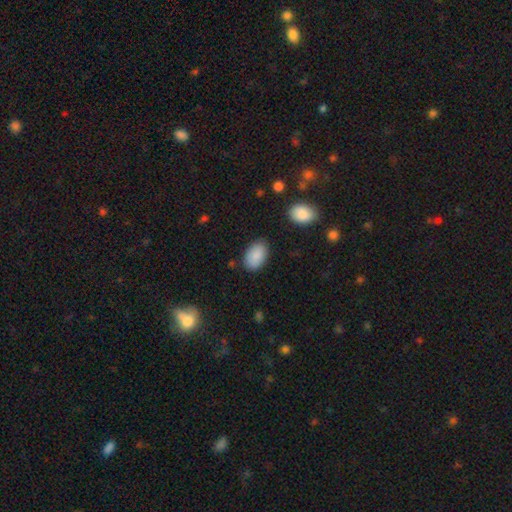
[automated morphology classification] Q: Smooth or featured?
A: smooth (89%); runner-up: star or artifact (6%)
Q: How rounded?
A: in between (92%); runner-up: round (6%)
Q: Merging?
A: none (83%); runner-up: minor disturbance (13%)